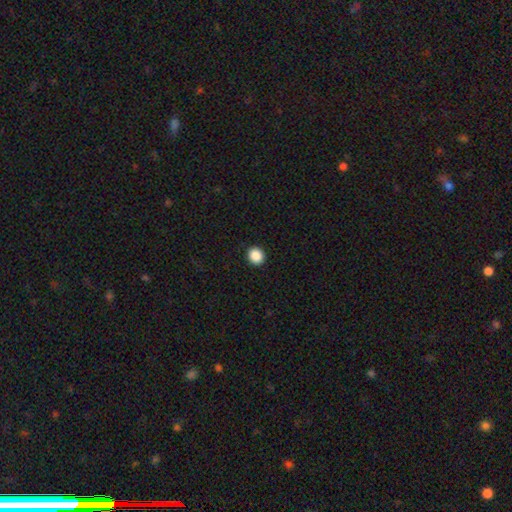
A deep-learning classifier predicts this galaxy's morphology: This is clearly a smooth galaxy (88%). How rounded: clearly round (86%). Merging: clearly none (93%).